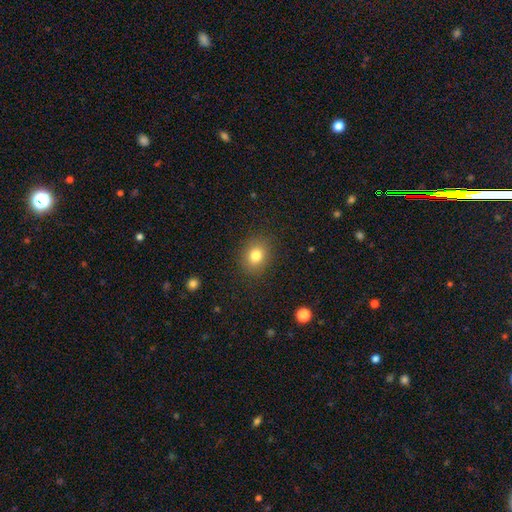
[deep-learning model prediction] Smooth or featured?
  - smooth: 81% *
  - star or artifact: 11%
  - featured or disk: 8%
How rounded?
  - round: 58% *
  - in between: 41%
  - cigar-shaped: 1%
Merging?
  - none: 87% *
  - minor disturbance: 9%
  - major disturbance: 3%
  - merger: 1%